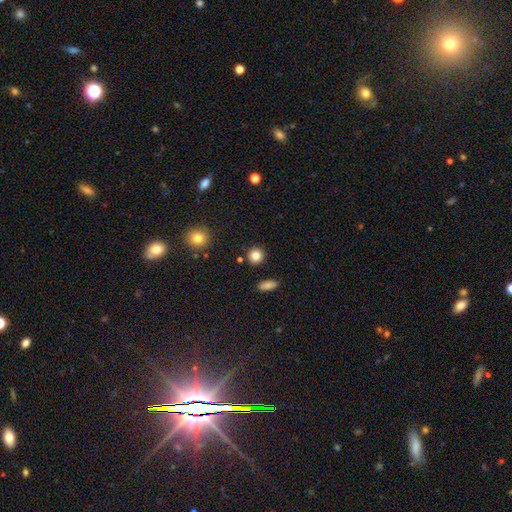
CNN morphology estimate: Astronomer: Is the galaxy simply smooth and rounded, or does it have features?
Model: smooth — 84%.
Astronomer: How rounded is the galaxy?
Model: round — 91%.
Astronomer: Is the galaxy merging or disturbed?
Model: none — 88%.